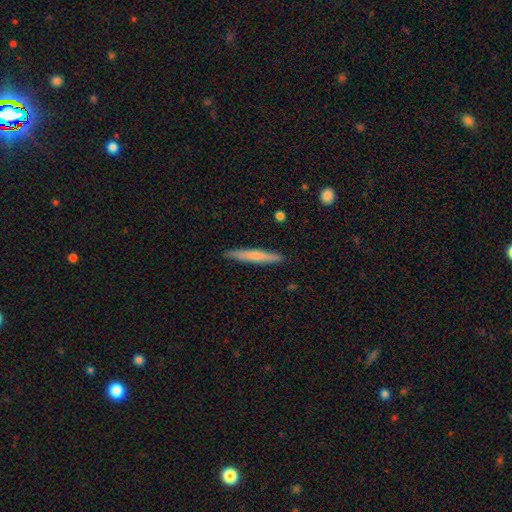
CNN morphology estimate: type=smooth (63%); roundness=cigar-shaped (95%); merging=none (90%).